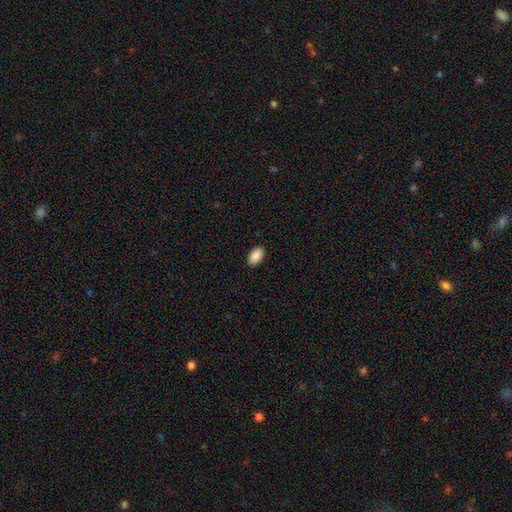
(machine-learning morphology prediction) smooth-or-featured: smooth: 90% | star or artifact: 7% | featured or disk: 3%
  how-rounded: in between: 93% | round: 6% | cigar-shaped: 1%
  merging: none: 90% | minor disturbance: 8% | major disturbance: 2% | merger: 1%